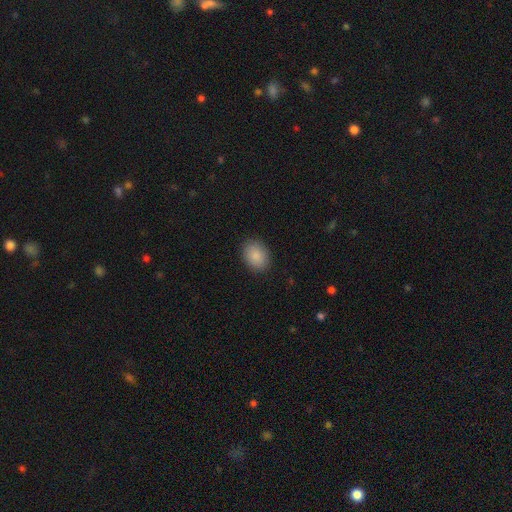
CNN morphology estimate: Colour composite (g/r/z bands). It shows a smooth galaxy with no disk features (88%) that is in between round and cigar-shaped (64%). Merging: none (88%).